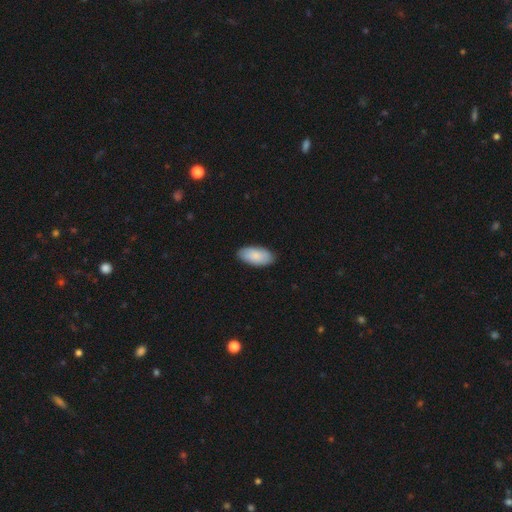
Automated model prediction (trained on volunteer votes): Morphology: type=smooth (86%); roundness=in between (94%); merging=none (87%).